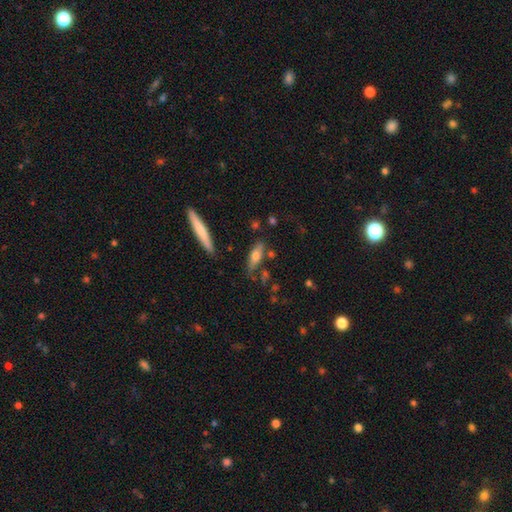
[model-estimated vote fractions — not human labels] smooth_or_featured: smooth (p=0.66) [alt: featured or disk p=0.27]
how_rounded: in between (p=0.50) [alt: cigar-shaped p=0.47]
merging: none (p=0.66) [alt: minor disturbance p=0.19]